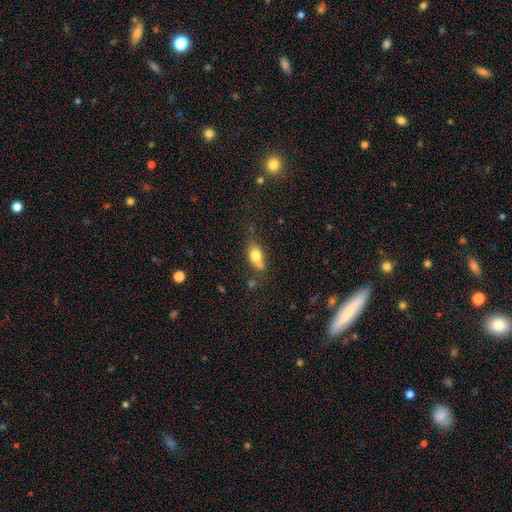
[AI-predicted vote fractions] Q: Smooth or featured?
A: smooth (73%); runner-up: featured or disk (18%)
Q: How rounded?
A: in between (75%); runner-up: round (15%)
Q: Merging?
A: none (45%); runner-up: minor disturbance (28%)